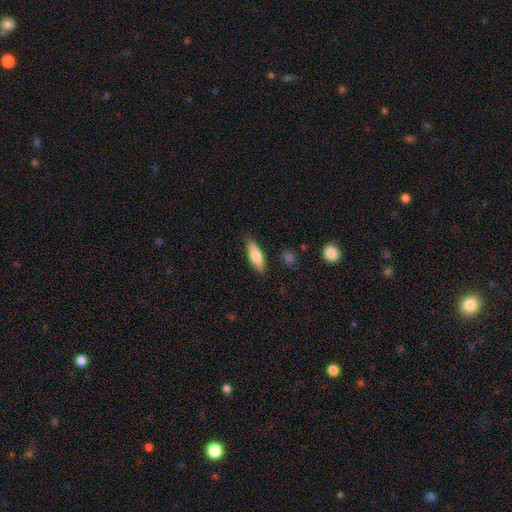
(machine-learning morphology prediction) smooth_or_featured: smooth (p=0.69) [alt: featured or disk p=0.24]
how_rounded: cigar-shaped (p=0.51) [alt: in between p=0.47]
merging: none (p=0.84) [alt: minor disturbance p=0.12]